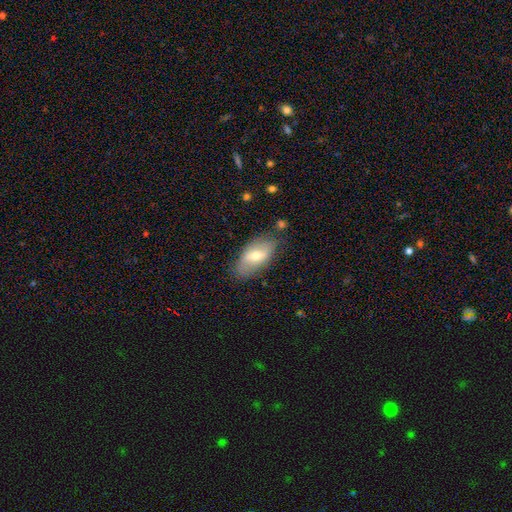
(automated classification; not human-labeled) Smooth or featured? Predicted: smooth (p=0.52). How rounded? Predicted: in between (p=0.90). Merging? Predicted: none (p=0.75).